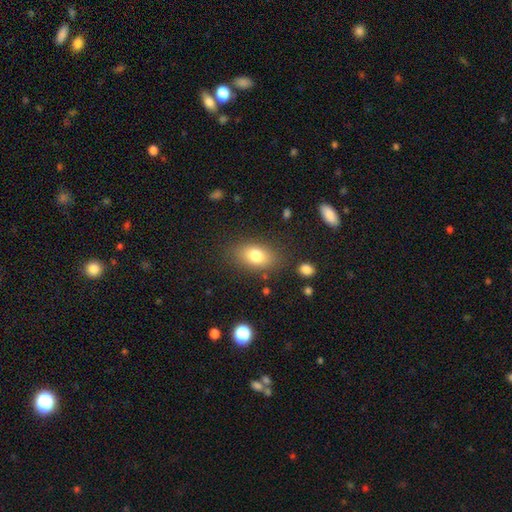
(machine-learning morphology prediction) This is likely a smooth galaxy (78%). How rounded: clearly in between (84%). Merging: clearly none (80%).